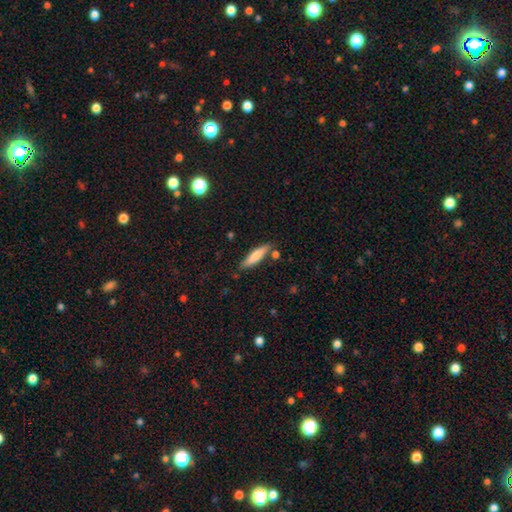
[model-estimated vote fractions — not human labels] Q: Smooth or featured?
A: smooth (73%); runner-up: featured or disk (20%)
Q: How rounded?
A: cigar-shaped (76%); runner-up: in between (23%)
Q: Merging?
A: none (78%); runner-up: minor disturbance (13%)